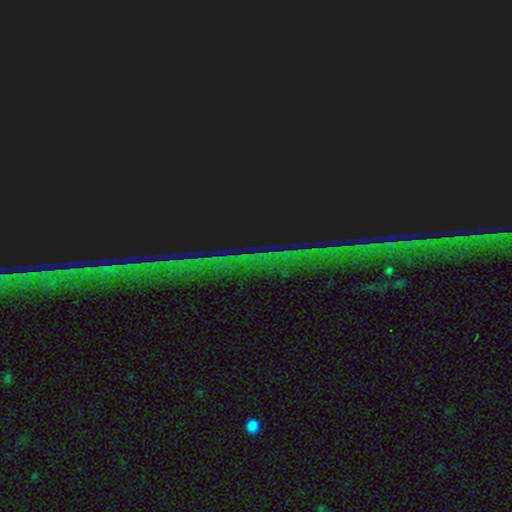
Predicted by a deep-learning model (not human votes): Morphology: type=star or artifact (87%).